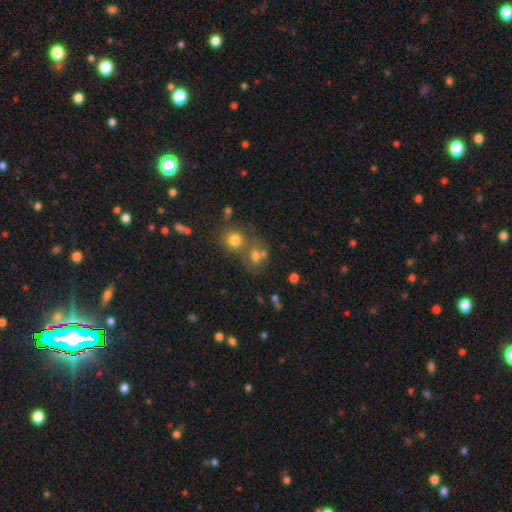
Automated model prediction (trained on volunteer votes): smooth_or_featured: smooth (p=0.65) [alt: star or artifact p=0.18]
how_rounded: round (p=0.52) [alt: in between p=0.46]
merging: merger (p=0.47) [alt: none p=0.35]